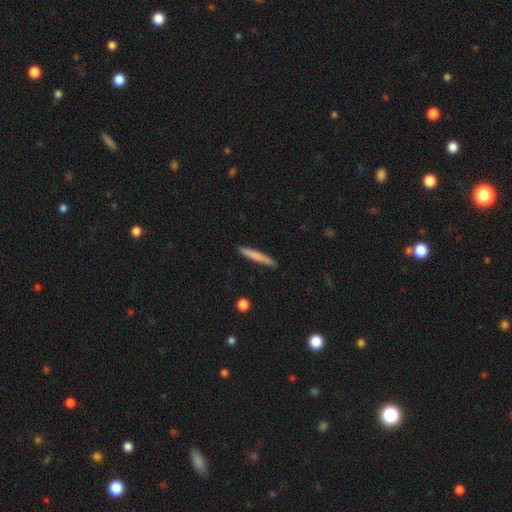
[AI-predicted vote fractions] The model was most divided on "smooth or featured": smooth: 75%, featured or disk: 19%, star or artifact: 6%. More confident: how rounded — cigar-shaped (95%); merging — none (87%).